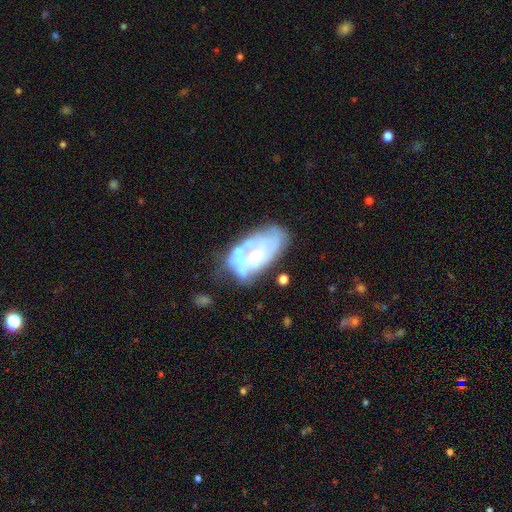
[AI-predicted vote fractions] A featured or disk galaxy (72%) with no bar (82%), no spiral arms (58%) and a small central bulge (49%).

Vote fractions:
- Smooth or featured? featured or disk: 72% / smooth: 20% / star or artifact: 8%
- Edge-on disk? no: 96% / yes: 4%
- Bar? no: 82% / weak: 14% / strong: 4%
- Spiral arms? no: 58% / yes: 42%
- Bulge size? small: 49% / moderate: 40% / none: 6% / large: 3% / dominant: 1%
- Merging? none: 43% / minor disturbance: 23% / major disturbance: 17% / merger: 17%